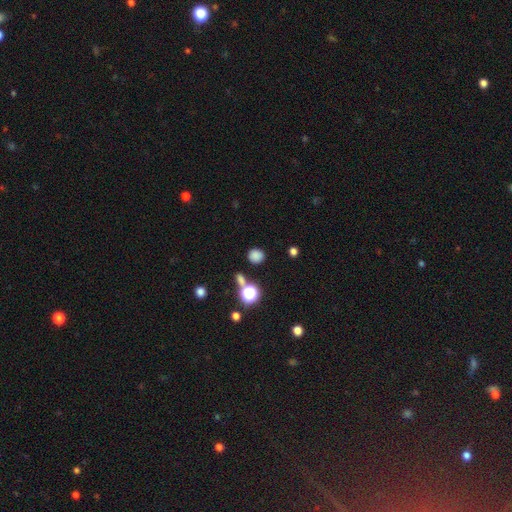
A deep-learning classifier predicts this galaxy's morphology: smooth_or_featured: smooth (p=0.78) [alt: star or artifact p=0.18]
how_rounded: round (p=0.84) [alt: in between p=0.14]
merging: none (p=0.82) [alt: minor disturbance p=0.09]